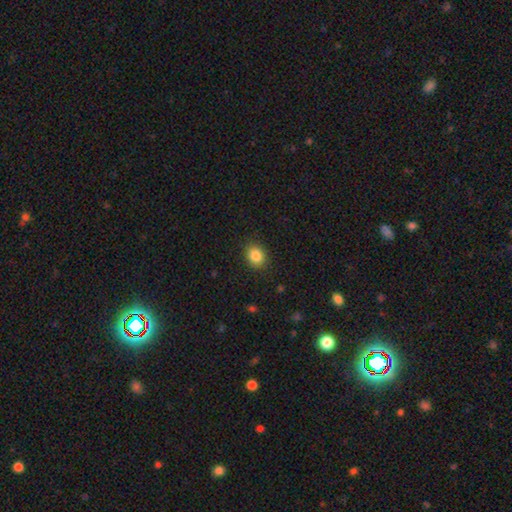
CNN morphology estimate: The model was most divided on "how rounded": round: 61%, in between: 39%, cigar-shaped: 1%. More confident: merging — none (88%); smooth or featured — smooth (85%).